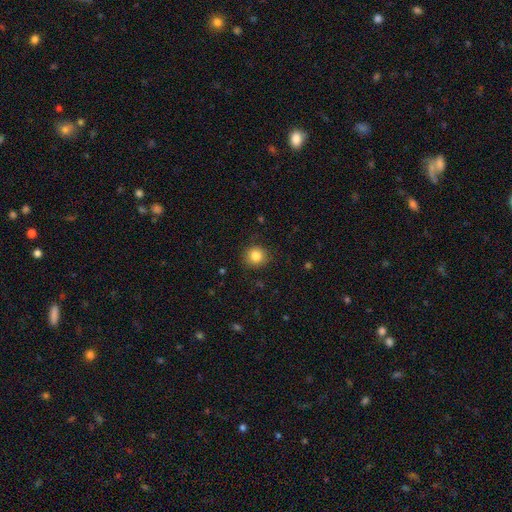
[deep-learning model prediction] This is clearly a smooth galaxy (84%). How rounded: clearly round (90%). Merging: clearly none (89%).